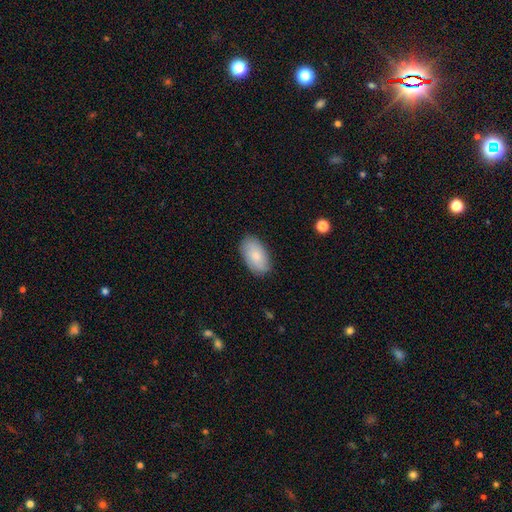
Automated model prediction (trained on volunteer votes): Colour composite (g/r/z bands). It shows a smooth galaxy with no disk features (77%) that is in between round and cigar-shaped (94%). Merging: none (84%).